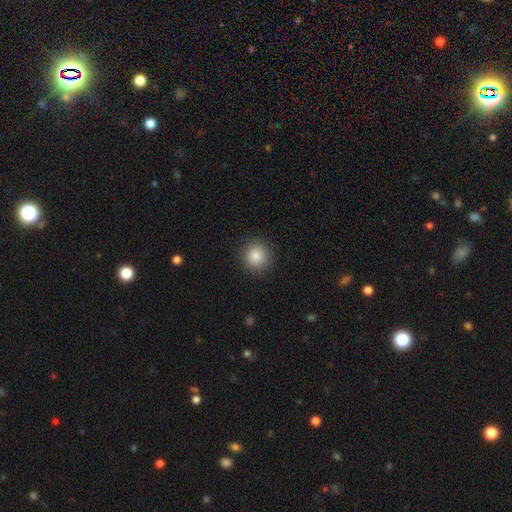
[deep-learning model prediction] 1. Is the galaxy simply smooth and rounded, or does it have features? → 86% smooth, 10% star or artifact, 5% featured or disk.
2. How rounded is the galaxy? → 89% round, 10% in between, 1% cigar-shaped.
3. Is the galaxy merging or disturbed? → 91% none, 6% minor disturbance, 2% major disturbance, 1% merger.